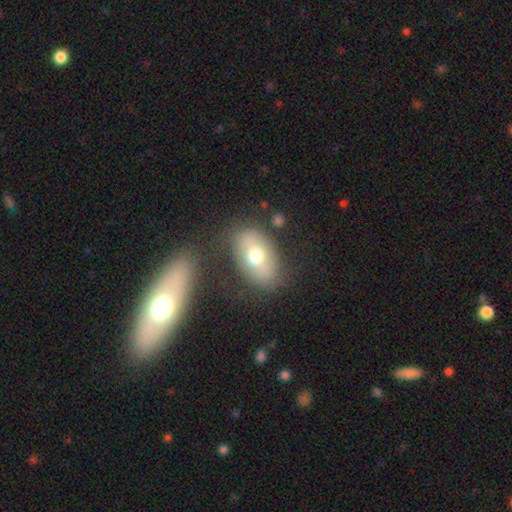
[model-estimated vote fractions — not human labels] Smooth or featured? Predicted: smooth (p=0.61). How rounded? Predicted: in between (p=0.86). Merging? Predicted: none (p=0.74).